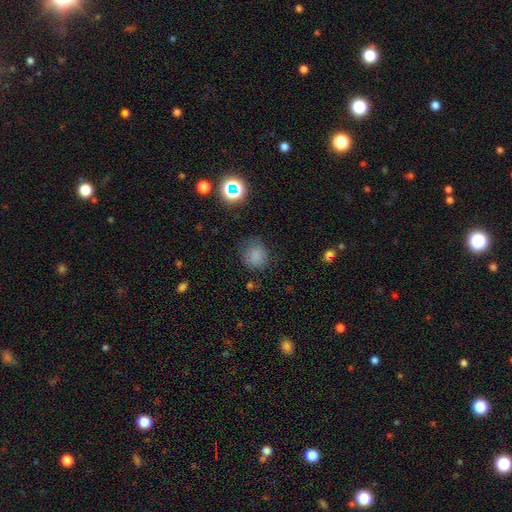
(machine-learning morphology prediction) A smooth galaxy with no disk features (79%) that is round (81%). Merging: none (71%).